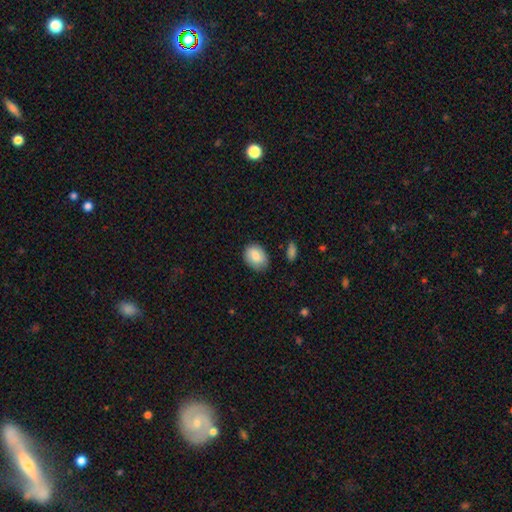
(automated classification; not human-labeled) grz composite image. It shows a smooth galaxy with no disk features (83%) that is in between round and cigar-shaped (60%). Merging: none (78%).